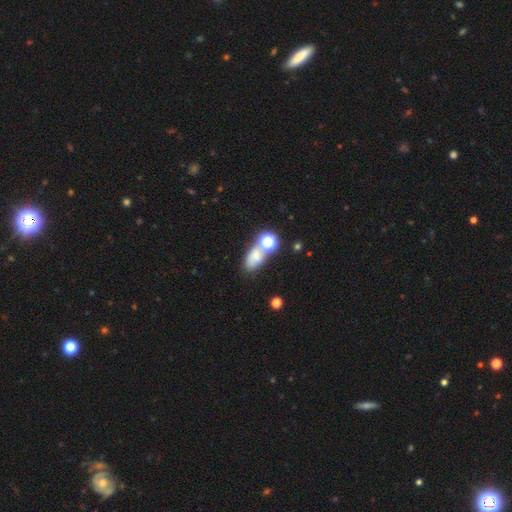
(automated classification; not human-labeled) Smooth or featured: smooth — 63% (star or artifact — 21%)
How rounded: in between — 73% (round — 23%)
Merging: none — 47% (merger — 29%)